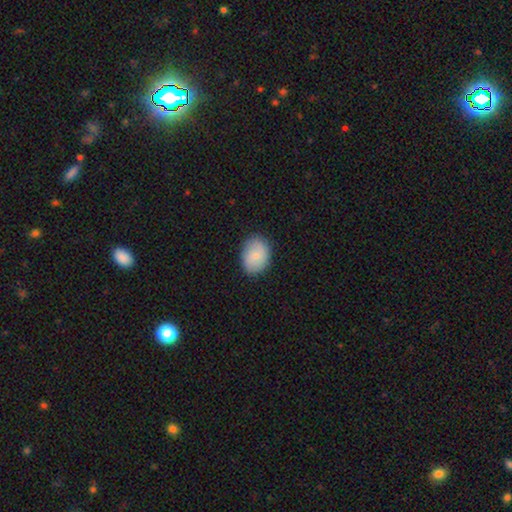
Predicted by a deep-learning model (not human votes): Overall: smooth (79%). How rounded: in between (64%; round 35%). Merging: none (85%).